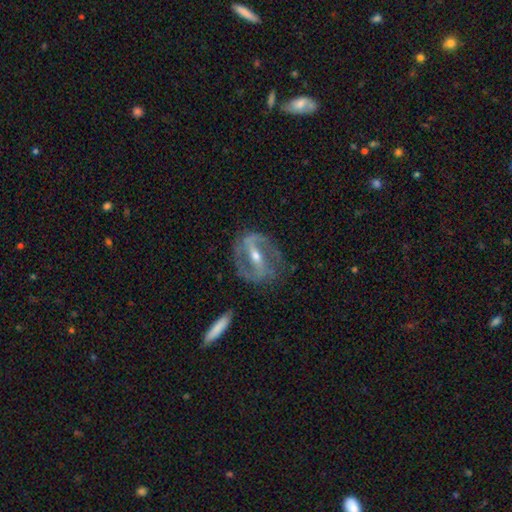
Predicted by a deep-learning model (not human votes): Smooth or featured: featured or disk — 88% (smooth — 7%)
Edge-on disk: no — 93% (yes — 7%)
Bar: strong — 70% (weak — 22%)
Spiral arms: yes — 92% (no — 8%)
Spiral winding: medium — 50% (tight — 29%)
Spiral arm count: 2 — 88% (can't tell — 5%)
Bulge size: moderate — 56% (small — 40%)
Merging: none — 76% (minor disturbance — 15%)